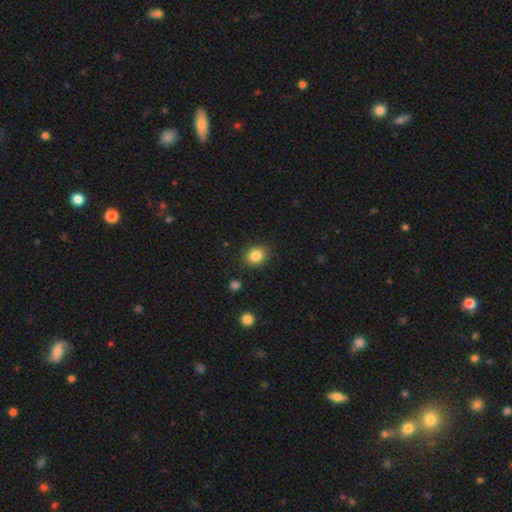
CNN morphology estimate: This is clearly a smooth galaxy (84%). How rounded: likely round (67%). Merging: clearly none (88%).